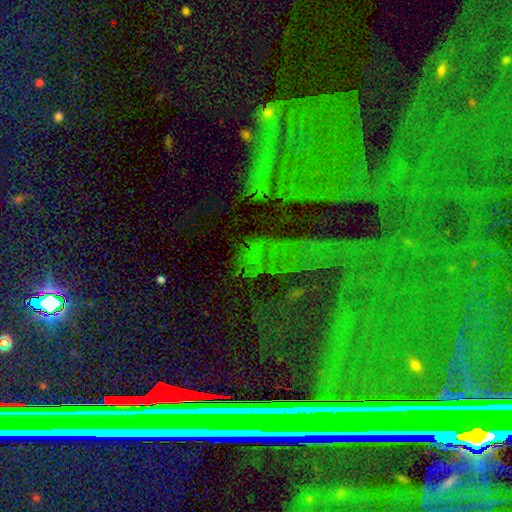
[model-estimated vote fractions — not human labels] smooth-or-featured: star or artifact: 74% | smooth: 13% | featured or disk: 13%